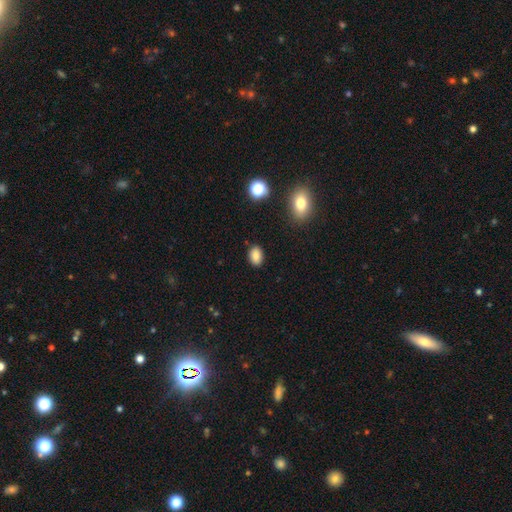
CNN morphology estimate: Overall: smooth (85%). How rounded: in between (82%). Merging: none (87%).